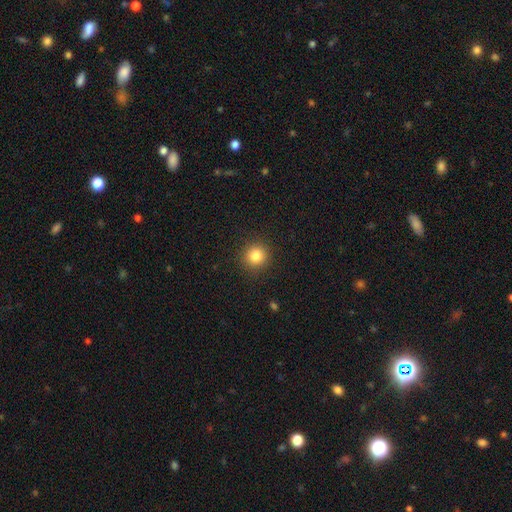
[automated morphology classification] Smooth or featured?
  - smooth: 84% *
  - star or artifact: 11%
  - featured or disk: 5%
How rounded?
  - round: 93% *
  - in between: 6%
  - cigar-shaped: 1%
Merging?
  - none: 91% *
  - minor disturbance: 6%
  - major disturbance: 2%
  - merger: 1%